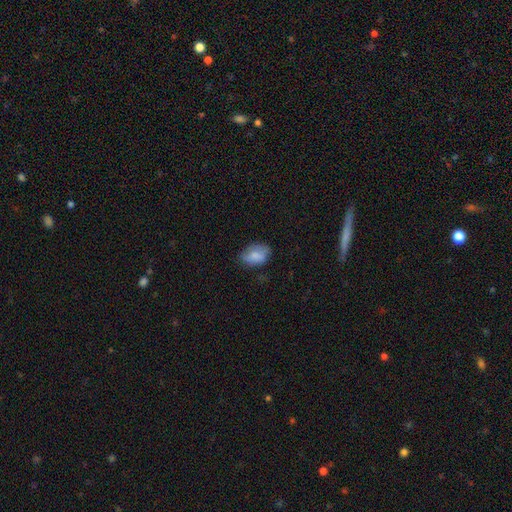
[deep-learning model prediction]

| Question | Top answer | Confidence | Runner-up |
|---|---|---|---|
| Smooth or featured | smooth | 80% | featured or disk (12%) |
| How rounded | in between | 86% | round (12%) |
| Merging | none | 64% | minor disturbance (27%) |